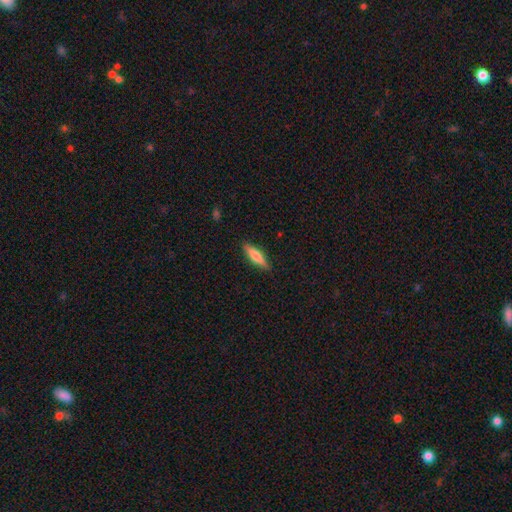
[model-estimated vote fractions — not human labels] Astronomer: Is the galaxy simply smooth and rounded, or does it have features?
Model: smooth — 63%.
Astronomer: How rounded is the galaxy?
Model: cigar-shaped — 71%.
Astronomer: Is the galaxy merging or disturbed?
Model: none — 88%.